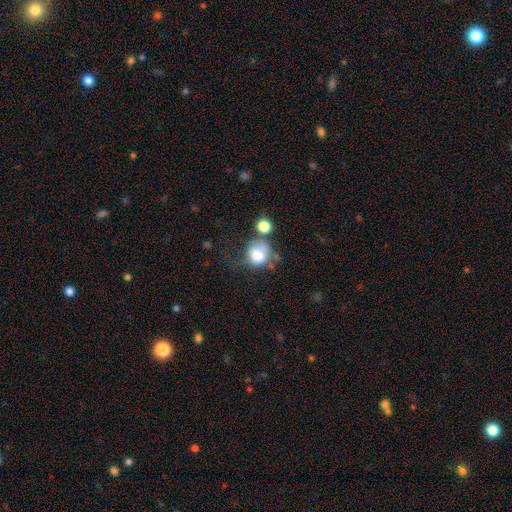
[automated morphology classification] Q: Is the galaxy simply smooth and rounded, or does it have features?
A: smooth — 75%.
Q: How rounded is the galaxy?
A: round — 74%.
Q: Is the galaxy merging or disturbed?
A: none — 33%.